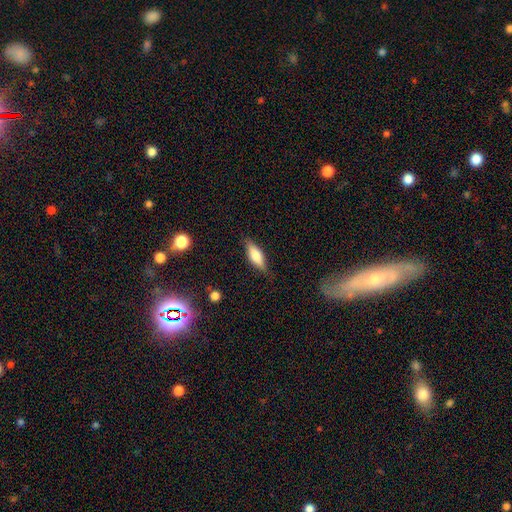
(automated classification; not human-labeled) Smooth or featured? smooth (65%)
How rounded? in between (60%)
Merging? none (81%)